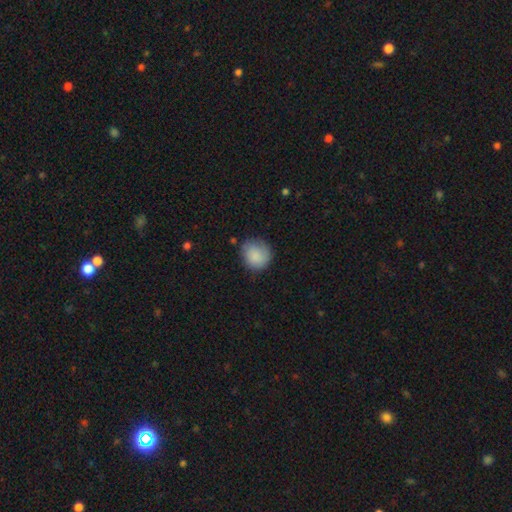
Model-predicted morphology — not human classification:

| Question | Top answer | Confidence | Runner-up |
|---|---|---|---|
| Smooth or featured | smooth | 86% | featured or disk (8%) |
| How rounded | round | 85% | in between (14%) |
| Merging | none | 72% | minor disturbance (21%) |